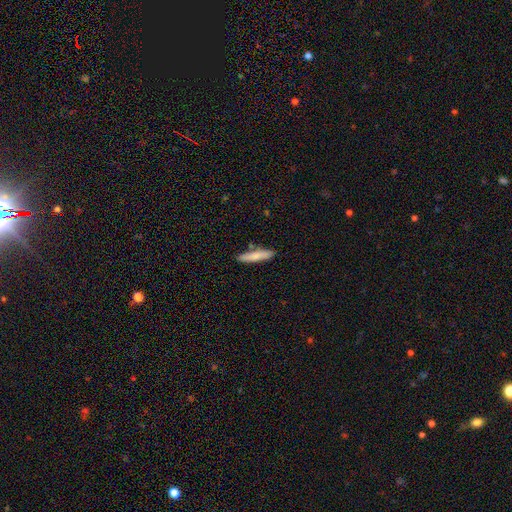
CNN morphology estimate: smooth 78%, featured or disk 16%, star or artifact 6%. Down the decision tree: how rounded — cigar-shaped (86%); merging — none (83%).